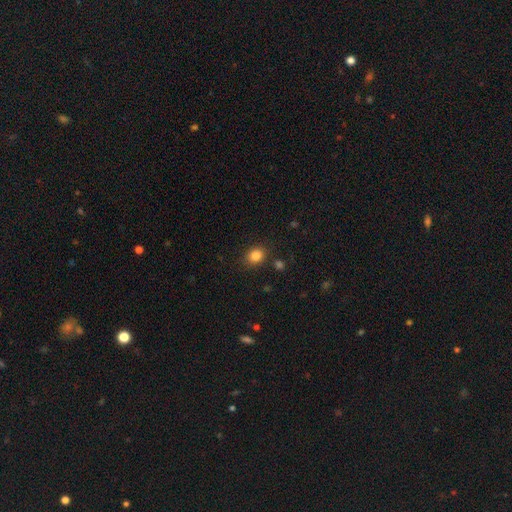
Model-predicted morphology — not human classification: Smooth or featured? Predicted: smooth (p=0.84). How rounded? Predicted: round (p=0.60). Merging? Predicted: none (p=0.84).